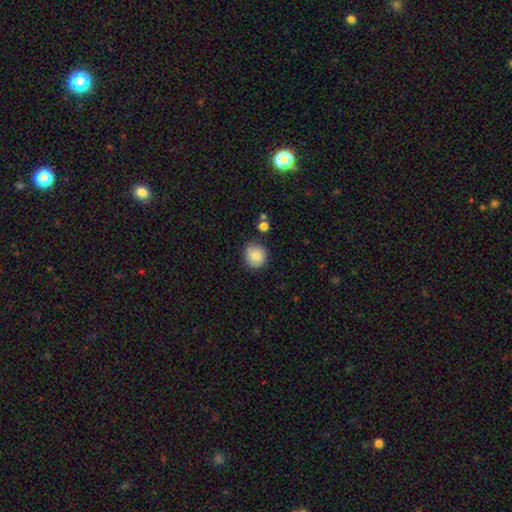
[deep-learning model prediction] smooth-or-featured: smooth: 81% | featured or disk: 10% | star or artifact: 8%
  how-rounded: round: 85% | in between: 14% | cigar-shaped: 1%
  merging: none: 76% | minor disturbance: 17% | major disturbance: 3% | merger: 3%